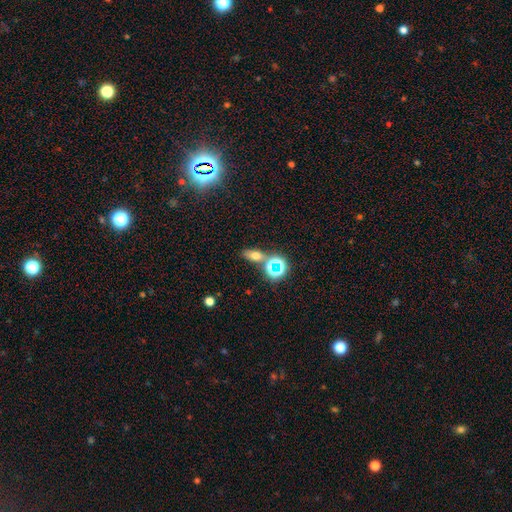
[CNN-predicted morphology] A smooth galaxy with no disk features (57%) that is in between round and cigar-shaped (68%). Merging: none (69%).